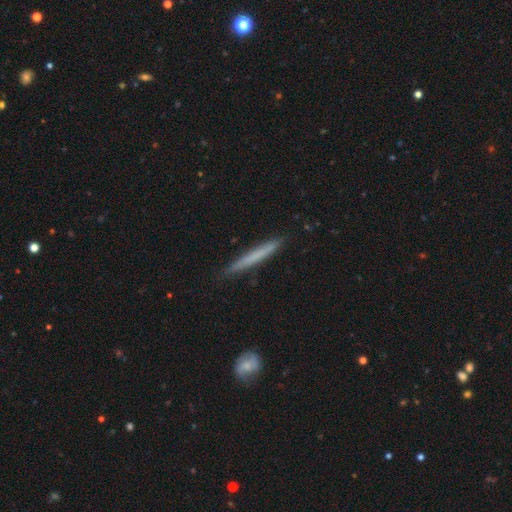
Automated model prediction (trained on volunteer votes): Smooth or featured? smooth (61%)
How rounded? cigar-shaped (97%)
Merging? none (89%)